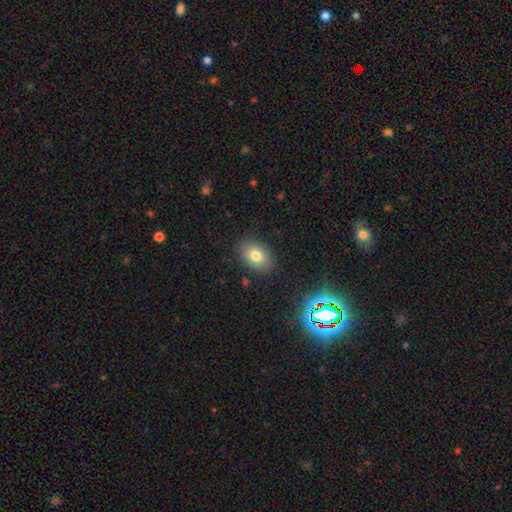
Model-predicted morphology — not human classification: Overall: smooth (77%). How rounded: in between (81%). Merging: none (87%).